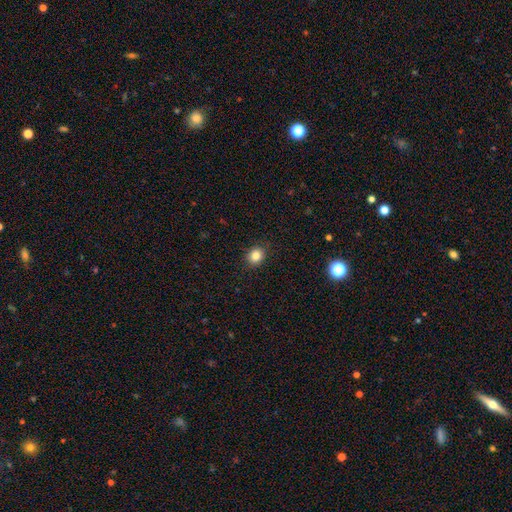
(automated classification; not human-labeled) Smooth or featured? smooth (84%)
How rounded? round (72%)
Merging? none (89%)